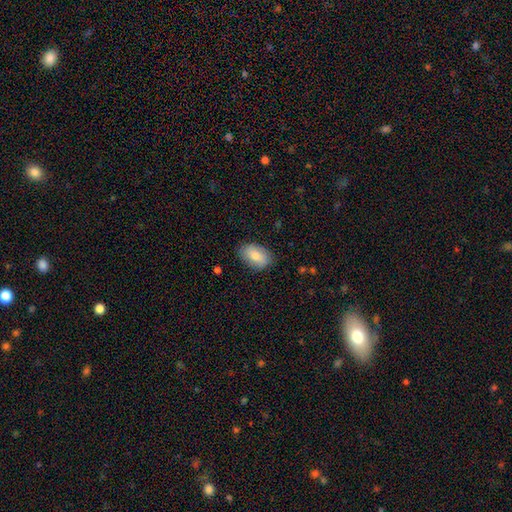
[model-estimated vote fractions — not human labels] Smooth or featured?
  - smooth: 77% *
  - featured or disk: 17%
  - star or artifact: 7%
How rounded?
  - in between: 90% *
  - round: 9%
  - cigar-shaped: 2%
Merging?
  - none: 82% *
  - minor disturbance: 14%
  - major disturbance: 3%
  - merger: 1%